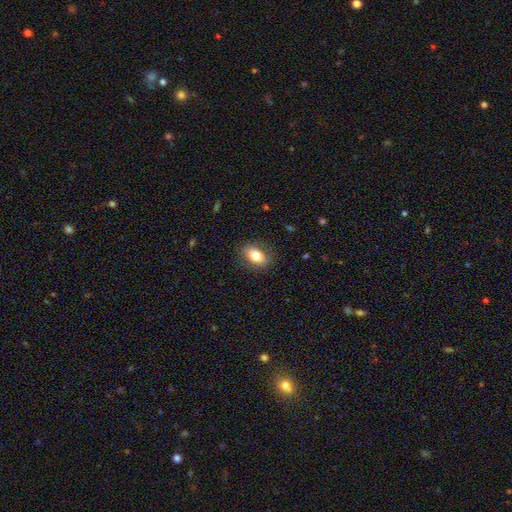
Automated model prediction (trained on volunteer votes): This is likely a smooth galaxy (78%). How rounded: clearly in between (84%). Merging: clearly none (85%).